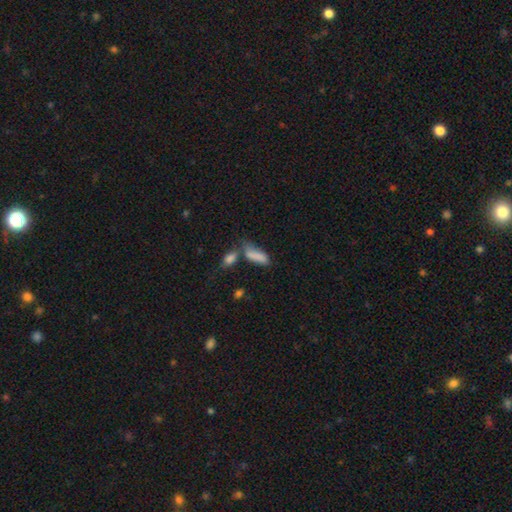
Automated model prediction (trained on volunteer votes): A smooth galaxy with no disk features (83%) that is in between round and cigar-shaped (66%). Merging: none (37%).